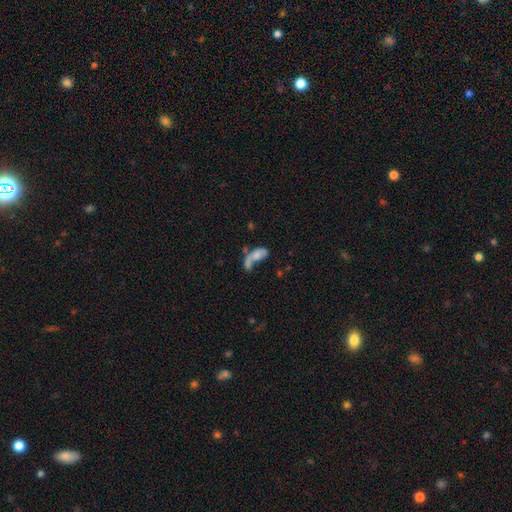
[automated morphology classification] The model was most divided on "merging": merger: 38%, major disturbance: 30%, none: 19%, minor disturbance: 12%. More confident: how rounded — in between (80%); smooth or featured — smooth (53%).